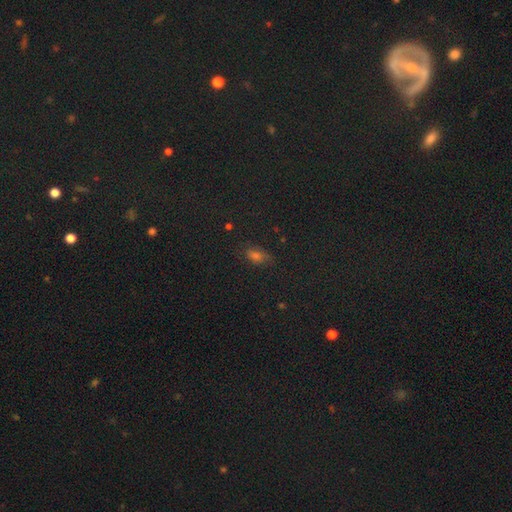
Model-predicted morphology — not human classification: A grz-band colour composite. It shows a smooth galaxy with no disk features (61%) that is in between round and cigar-shaped (79%). Merging: none (76%).